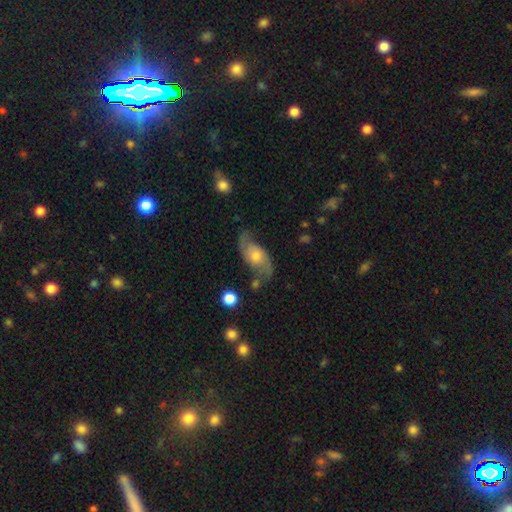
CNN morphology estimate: The model was most divided on "spiral winding": loose: 51%, medium: 35%, tight: 14%. More confident: edge-on disk — no (92%); spiral arms — yes (88%); spiral arm count — 2 (88%); bar — no (73%); smooth or featured — featured or disk (70%); merging — none (67%); bulge size — moderate (61%).